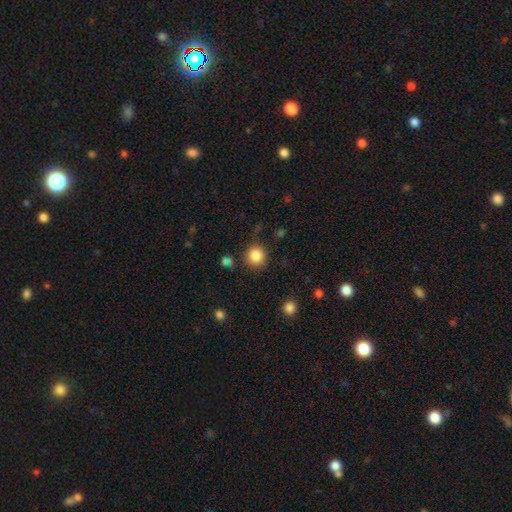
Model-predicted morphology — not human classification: Smooth or featured? Predicted: smooth (p=0.85). How rounded? Predicted: round (p=0.93). Merging? Predicted: none (p=0.85).